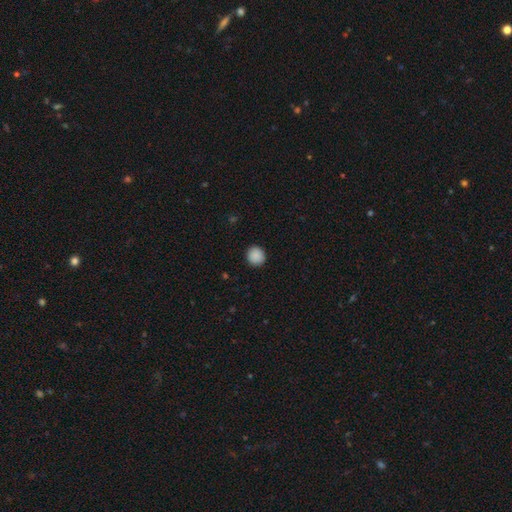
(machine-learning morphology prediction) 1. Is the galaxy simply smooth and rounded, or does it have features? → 89% smooth, 9% star or artifact, 2% featured or disk.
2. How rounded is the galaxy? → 91% round, 8% in between, 1% cigar-shaped.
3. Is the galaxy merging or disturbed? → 91% none, 6% minor disturbance, 2% major disturbance, 1% merger.